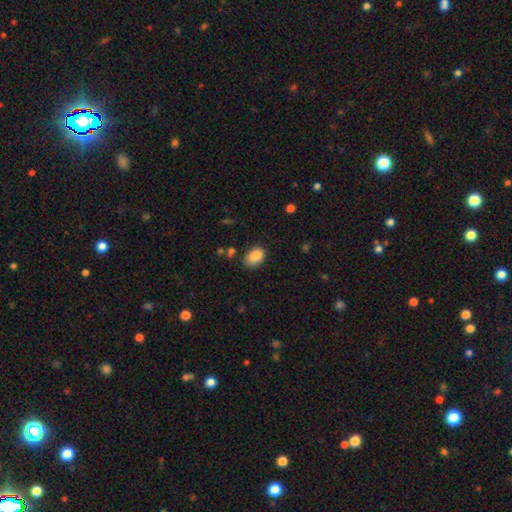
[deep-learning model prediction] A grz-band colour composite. It shows a smooth galaxy with no disk features (88%) that is in between round and cigar-shaped (86%). Merging: none (77%).